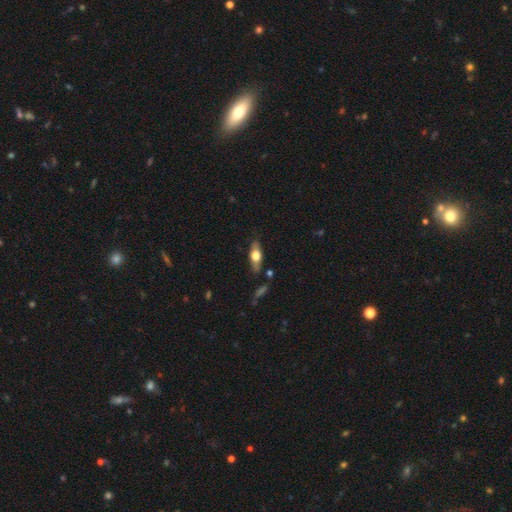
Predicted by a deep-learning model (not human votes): A smooth galaxy with no disk features (48%).

Vote fractions:
- Smooth or featured? smooth: 48% / featured or disk: 45% / star or artifact: 7%
- Merging? none: 79% / minor disturbance: 14% / merger: 4% / major disturbance: 3%